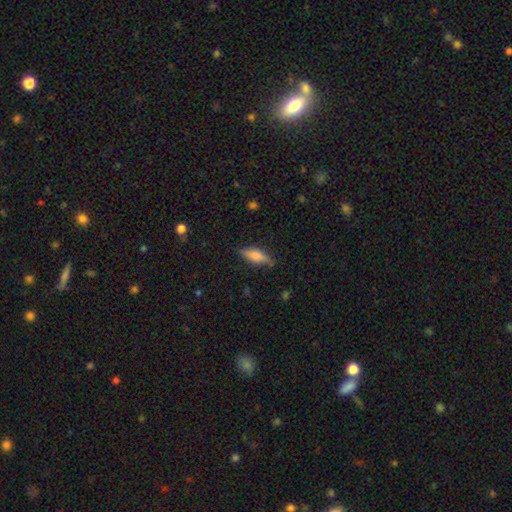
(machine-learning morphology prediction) This appears to be a smooth galaxy with no disk features (68%) that is in between round and cigar-shaped (51%). Merging: none (79%).